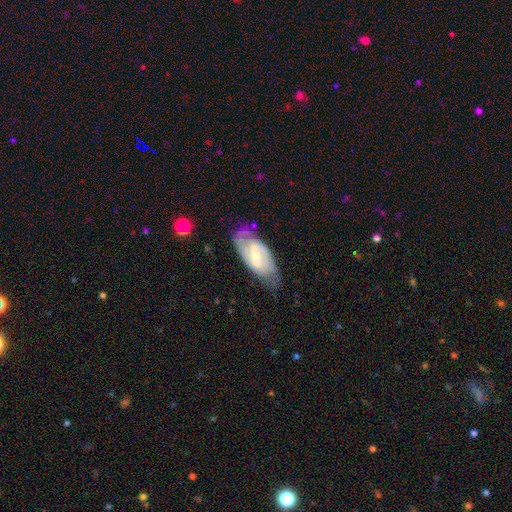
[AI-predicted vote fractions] Morphology: type=featured or disk (82%); edge-on=no (95%); bar=weak (48%); spiral arms=yes (94%); winding=medium (47%); arm count=2 (83%); bulge=small (61%); merging=none (72%).